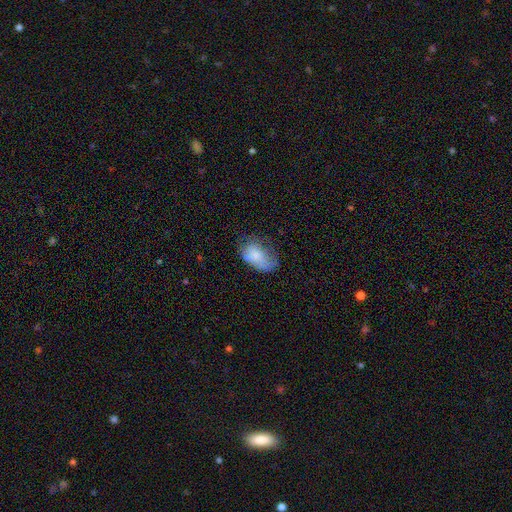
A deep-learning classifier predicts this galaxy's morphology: A smooth galaxy with no disk features (74%) that is in between round and cigar-shaped (91%). Merging: none (41%).